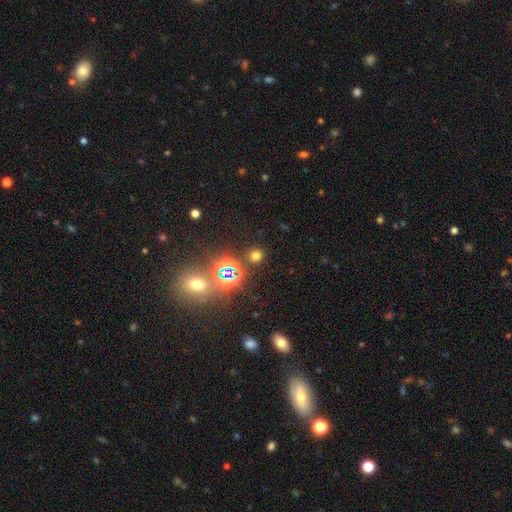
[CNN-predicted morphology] type=smooth (60%); roundness=round (87%); merging=none (85%).